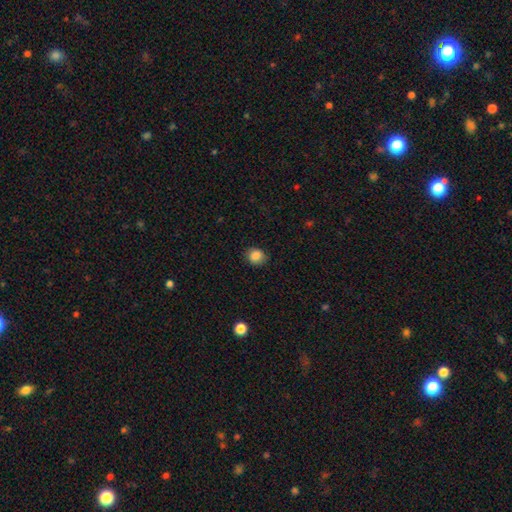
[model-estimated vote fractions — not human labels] This appears to be a smooth galaxy with no disk features (86%) that is round (78%). Merging: none (86%).